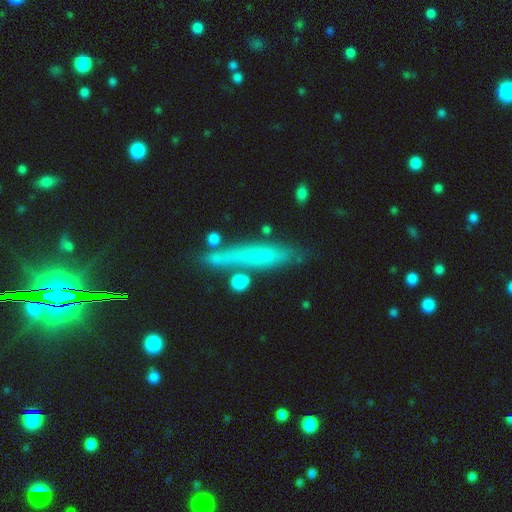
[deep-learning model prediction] Morphology: type=smooth (57%); roundness=cigar-shaped (87%); merging=none (71%).